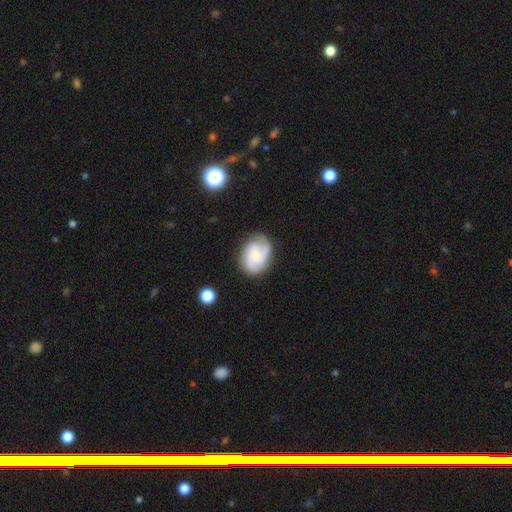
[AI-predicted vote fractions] featured or disk 71%, smooth 22%, star or artifact 6%. Down the decision tree: edge-on disk — no (98%); bar — no (63%); spiral arms — yes (95%); spiral arm count — 3 (40%); spiral winding — medium (46%); bulge size — small (54%); merging — none (73%).